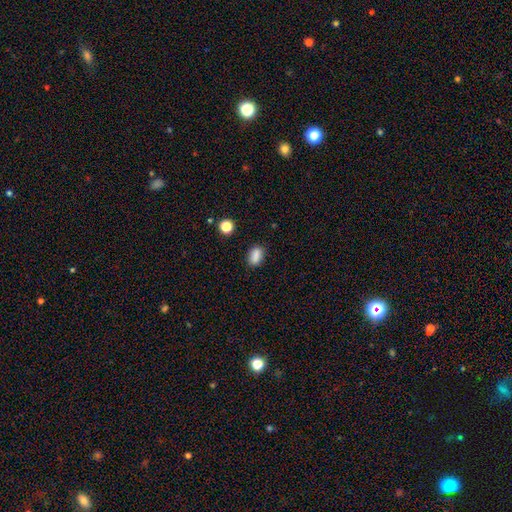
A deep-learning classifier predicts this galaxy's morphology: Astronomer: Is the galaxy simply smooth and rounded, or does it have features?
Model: smooth — 84%.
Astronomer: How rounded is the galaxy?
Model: in between — 80%.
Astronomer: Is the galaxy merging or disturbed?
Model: none — 77%.